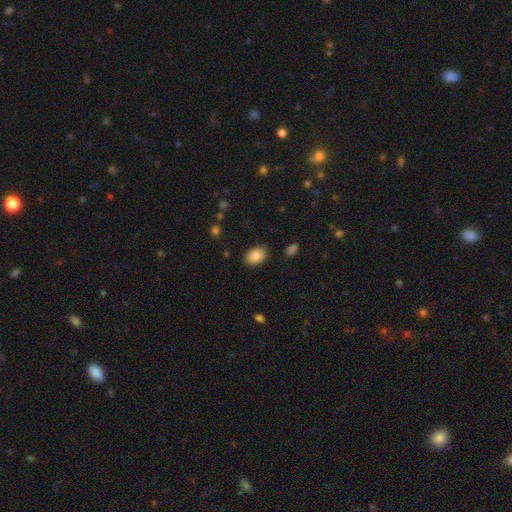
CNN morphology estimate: Q: Smooth or featured?
A: smooth (85%); runner-up: star or artifact (8%)
Q: How rounded?
A: in between (84%); runner-up: round (15%)
Q: Merging?
A: none (85%); runner-up: minor disturbance (11%)